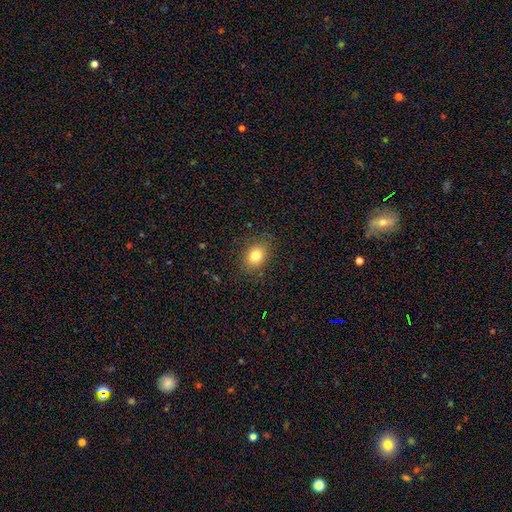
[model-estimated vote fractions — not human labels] The model was most divided on "how rounded": in between: 59%, round: 40%, cigar-shaped: 1%. More confident: merging — none (85%); smooth or featured — smooth (80%).